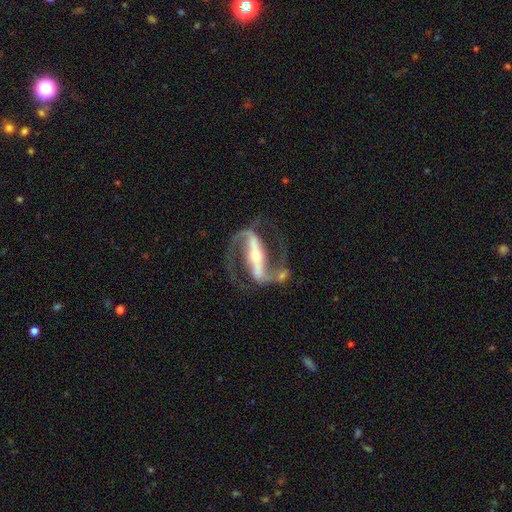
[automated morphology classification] Smooth or featured? featured or disk (93%)
Edge-on disk? no (92%)
Bar? strong (83%)
Spiral arms? yes (96%)
Spiral winding? medium (57%)
Spiral arm count? 2 (94%)
Bulge size? small (46%)
Merging? none (72%)